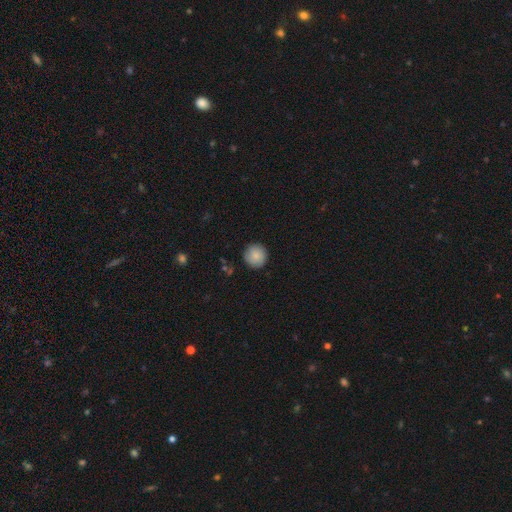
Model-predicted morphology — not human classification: Smooth or featured? Predicted: smooth (p=0.86). How rounded? Predicted: round (p=0.95). Merging? Predicted: none (p=0.91).